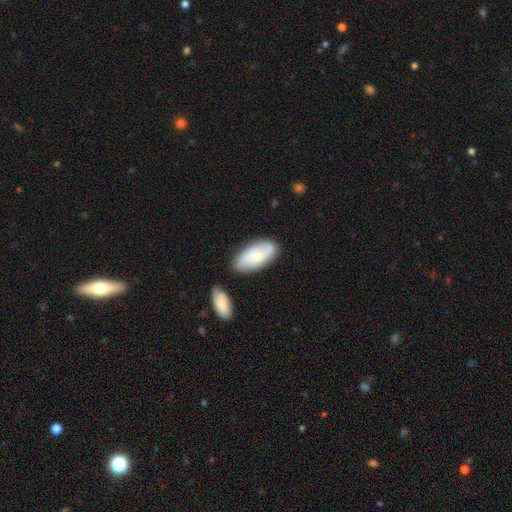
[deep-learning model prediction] Smooth or featured? Predicted: smooth (p=0.55). How rounded? Predicted: in between (p=0.92). Merging? Predicted: none (p=0.70).